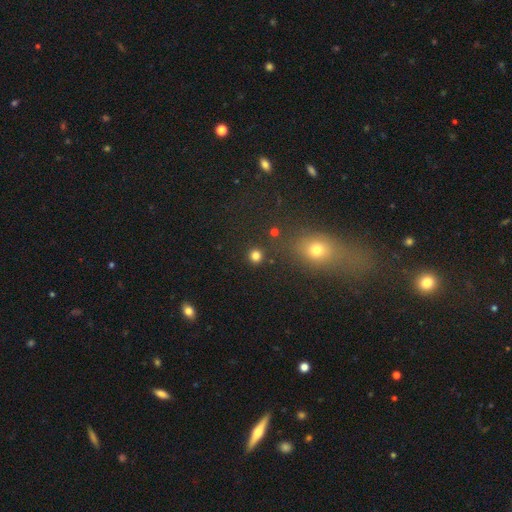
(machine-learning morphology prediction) A smooth galaxy with no disk features (81%) that is round (92%). Merging: none (88%).